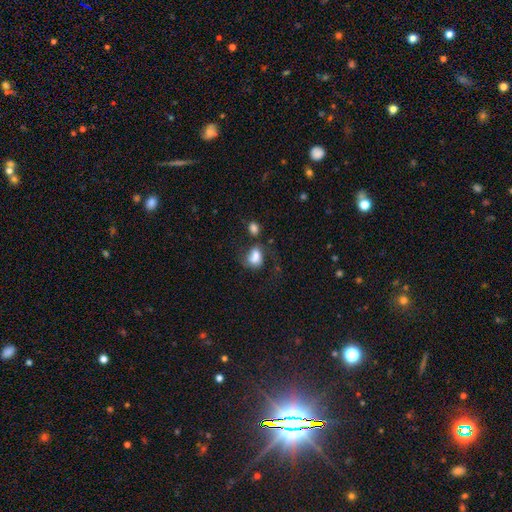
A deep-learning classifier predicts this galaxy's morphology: This appears to be a smooth galaxy with no disk features (65%) that is in between round and cigar-shaped (69%). Merging: none (33%).